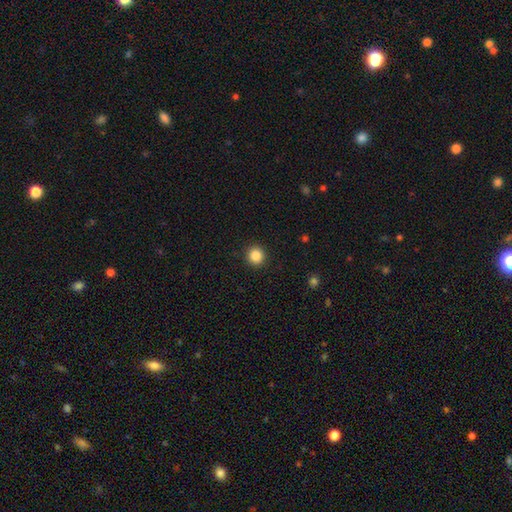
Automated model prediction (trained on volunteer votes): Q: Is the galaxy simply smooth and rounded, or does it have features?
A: smooth — 86%.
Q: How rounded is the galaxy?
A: round — 93%.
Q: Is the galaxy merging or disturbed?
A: none — 92%.